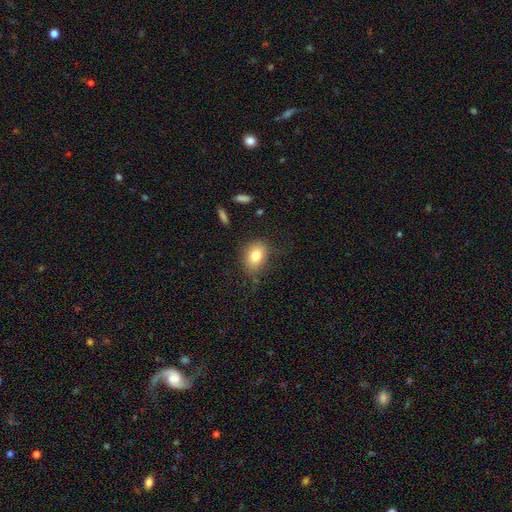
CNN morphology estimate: smooth_or_featured: smooth (p=0.79) [alt: featured or disk p=0.11]
how_rounded: in between (p=0.70) [alt: round p=0.29]
merging: none (p=0.71) [alt: minor disturbance p=0.20]